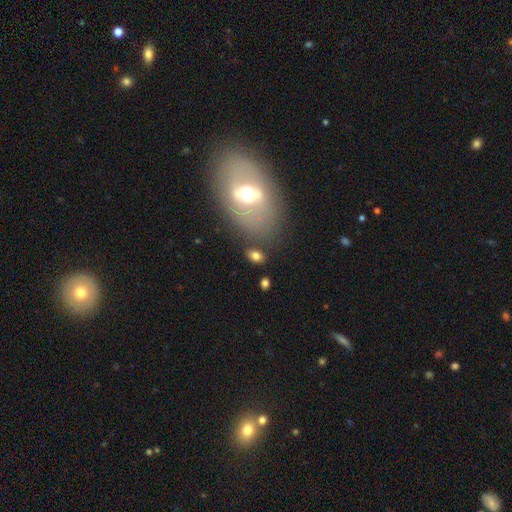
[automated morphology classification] The model was most divided on "smooth or featured": smooth: 72%, featured or disk: 15%, star or artifact: 13%. More confident: how rounded — in between (78%); merging — none (72%).